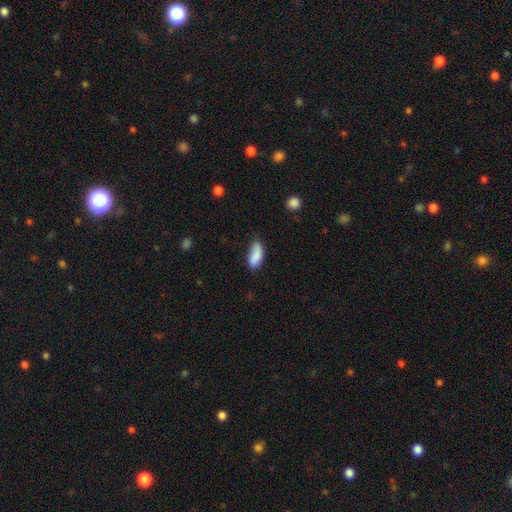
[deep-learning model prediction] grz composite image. It shows a smooth galaxy with no disk features (87%) that is in between round and cigar-shaped (86%). Merging: none (60%).